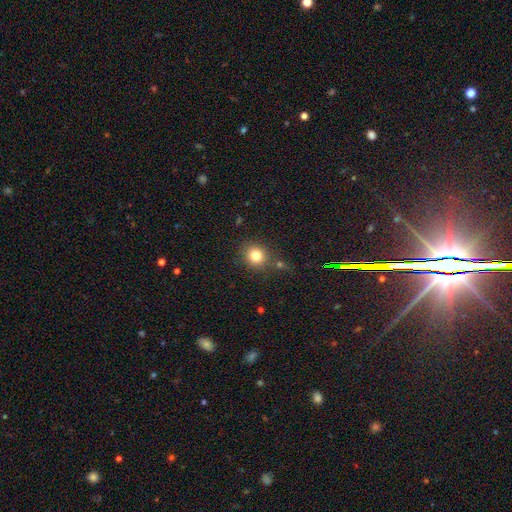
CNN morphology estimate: smooth-or-featured: smooth: 80% | star or artifact: 13% | featured or disk: 7%
  how-rounded: round: 81% | in between: 18% | cigar-shaped: 1%
  merging: none: 78% | minor disturbance: 10% | merger: 8% | major disturbance: 3%